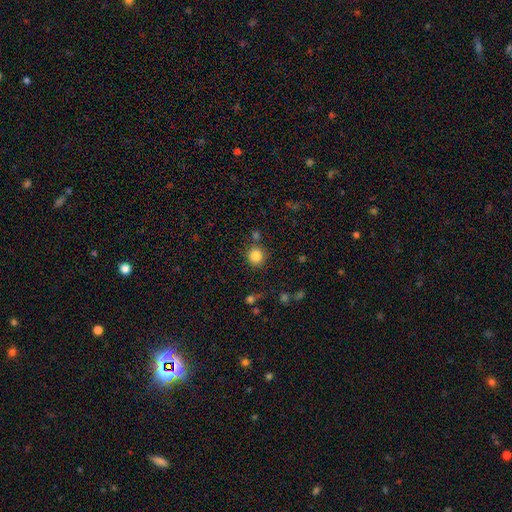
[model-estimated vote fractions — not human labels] Smooth or featured: smooth — 84% (star or artifact — 11%)
How rounded: round — 91% (in between — 8%)
Merging: none — 81% (minor disturbance — 9%)